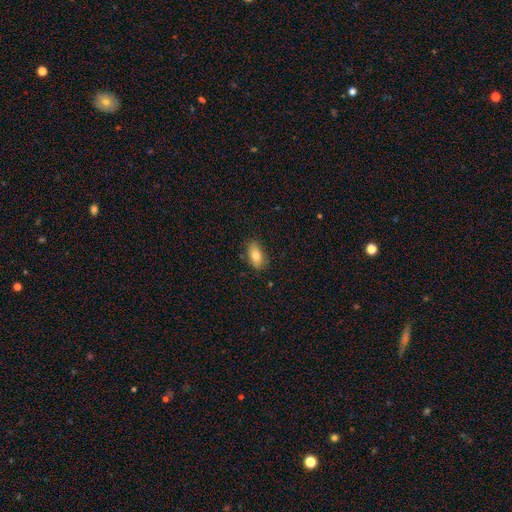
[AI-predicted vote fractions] Smooth or featured?
  - smooth: 80% *
  - featured or disk: 12%
  - star or artifact: 8%
How rounded?
  - in between: 89% *
  - cigar-shaped: 6%
  - round: 5%
Merging?
  - none: 82% *
  - minor disturbance: 14%
  - major disturbance: 3%
  - merger: 1%